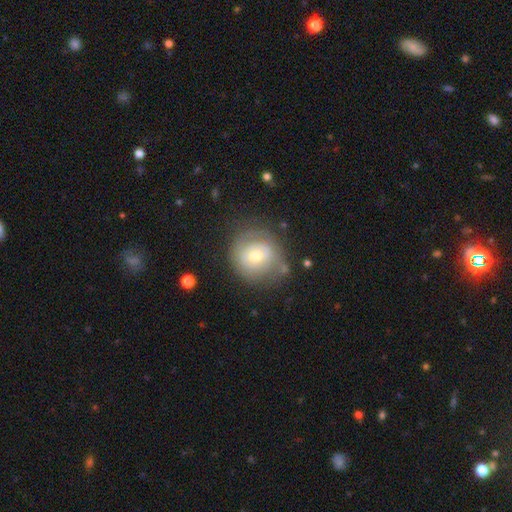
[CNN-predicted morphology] Q: Smooth or featured?
A: smooth (50%); runner-up: featured or disk (41%)
Q: How rounded?
A: round (87%); runner-up: in between (13%)
Q: Merging?
A: none (63%); runner-up: minor disturbance (22%)